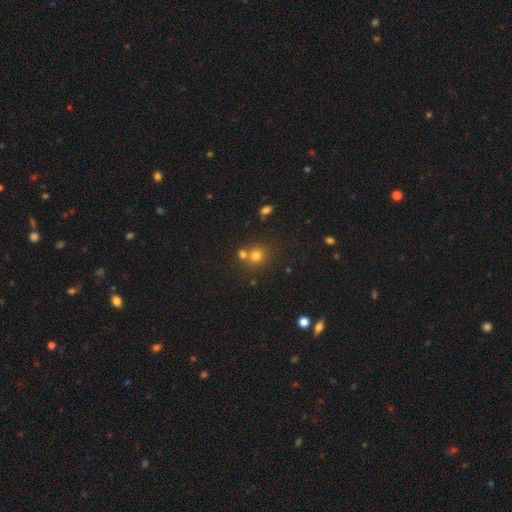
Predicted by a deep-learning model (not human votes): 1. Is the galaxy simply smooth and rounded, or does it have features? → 74% smooth, 17% star or artifact, 9% featured or disk.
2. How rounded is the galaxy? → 84% round, 15% in between, 1% cigar-shaped.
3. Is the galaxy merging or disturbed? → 57% none, 32% merger, 8% minor disturbance, 3% major disturbance.